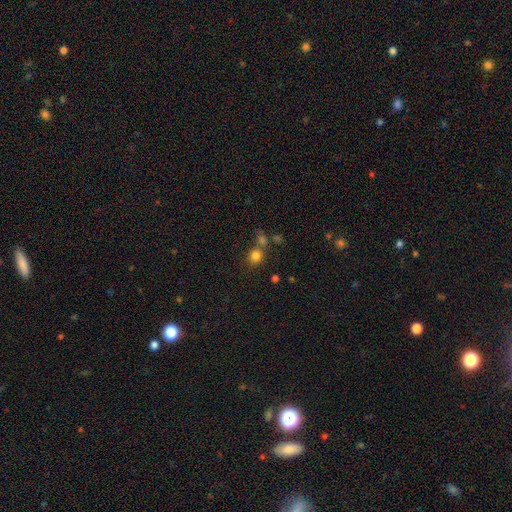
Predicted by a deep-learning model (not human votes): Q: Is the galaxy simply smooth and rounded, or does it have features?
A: smooth — 79%.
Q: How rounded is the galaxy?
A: round — 85%.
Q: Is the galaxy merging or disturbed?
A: none — 64%.